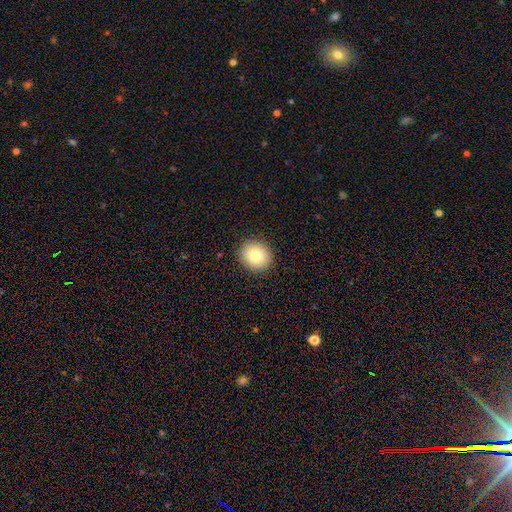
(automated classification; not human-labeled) Morphology: type=smooth (83%); roundness=round (72%); merging=none (90%).